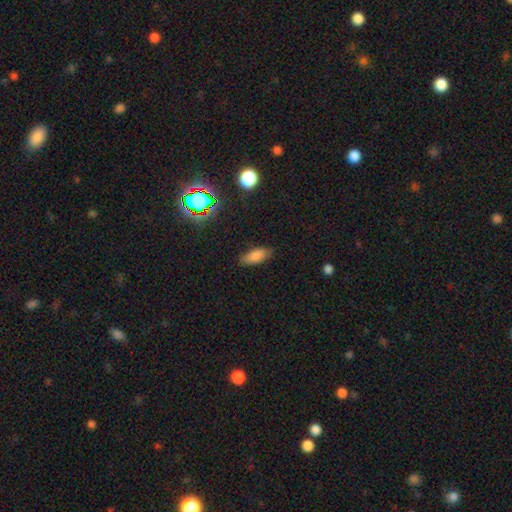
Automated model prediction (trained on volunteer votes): This appears to be a smooth galaxy with no disk features (82%) that is in between round and cigar-shaped (80%). Merging: none (83%).